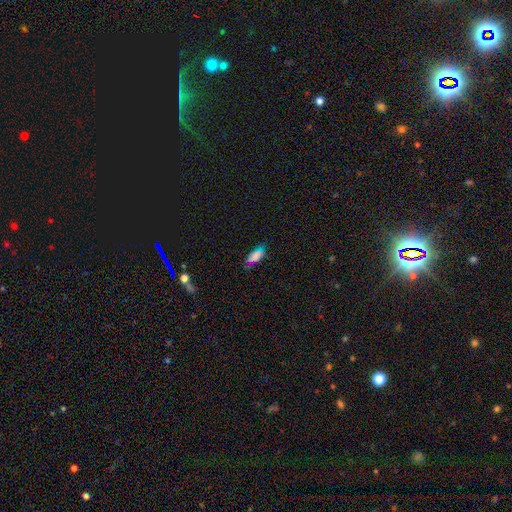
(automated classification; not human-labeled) Smooth or featured?
  - smooth: 79% *
  - featured or disk: 12%
  - star or artifact: 9%
How rounded?
  - in between: 75% *
  - cigar-shaped: 23%
  - round: 2%
Merging?
  - none: 63% *
  - minor disturbance: 27%
  - major disturbance: 7%
  - merger: 2%